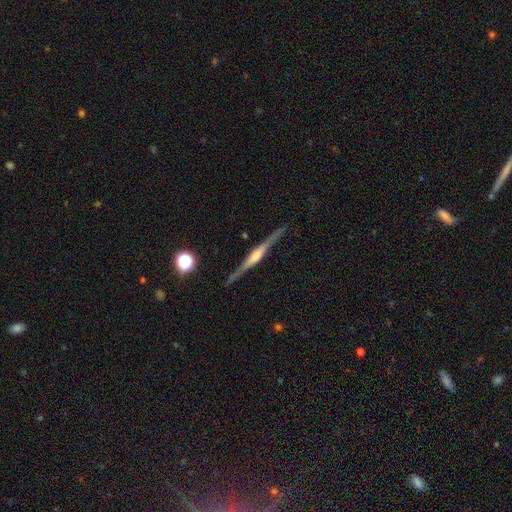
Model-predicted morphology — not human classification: A featured or disk galaxy (81%) viewed edge-on (98%) with a rounded central bulge (68%). Merging: none (88%).